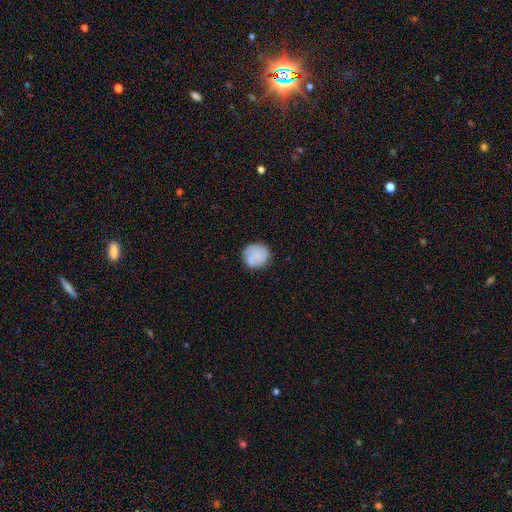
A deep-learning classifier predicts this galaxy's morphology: Q: Smooth or featured?
A: smooth (82%); runner-up: featured or disk (11%)
Q: How rounded?
A: round (88%); runner-up: in between (11%)
Q: Merging?
A: none (77%); runner-up: minor disturbance (16%)